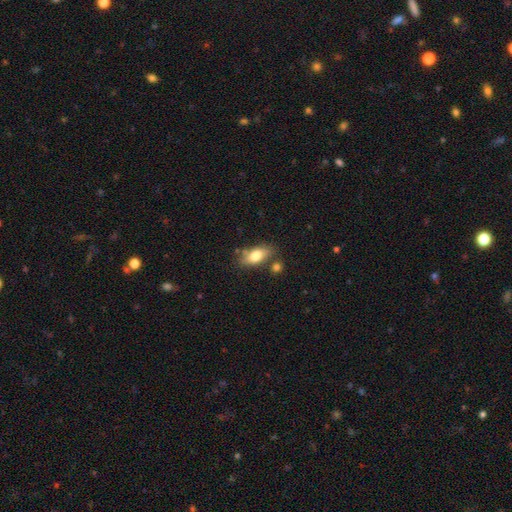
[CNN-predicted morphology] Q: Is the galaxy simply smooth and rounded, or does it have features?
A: smooth — 77%.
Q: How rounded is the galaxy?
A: in between — 86%.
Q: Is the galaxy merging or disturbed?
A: none — 67%.